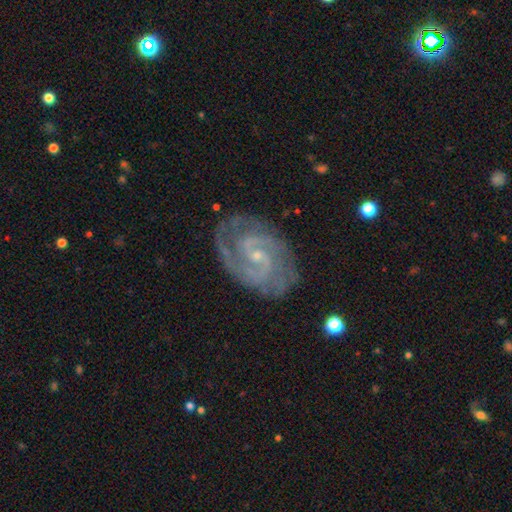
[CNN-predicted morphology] type=featured or disk (90%); edge-on=no (98%); bar=weak (47%); spiral arms=yes (98%); winding=tight (48%); arm count=2 (73%); bulge=small (79%); merging=none (78%).